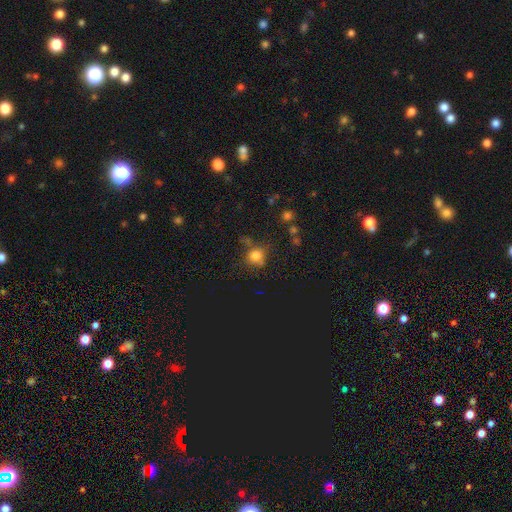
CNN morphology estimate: This is likely a smooth galaxy (74%). How rounded: clearly round (83%). Merging: likely none (64%).